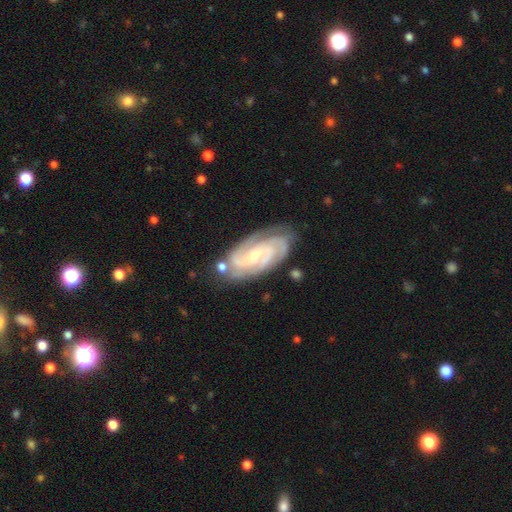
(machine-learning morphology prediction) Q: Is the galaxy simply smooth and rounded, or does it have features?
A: featured or disk — 90%.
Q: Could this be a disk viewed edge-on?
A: no — 96%.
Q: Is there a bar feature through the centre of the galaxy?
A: no — 44%.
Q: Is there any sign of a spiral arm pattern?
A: yes — 98%.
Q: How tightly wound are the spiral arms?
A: tight — 65%.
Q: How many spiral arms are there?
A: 3 — 36%.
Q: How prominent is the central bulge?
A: small — 59%.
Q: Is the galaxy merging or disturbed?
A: none — 77%.